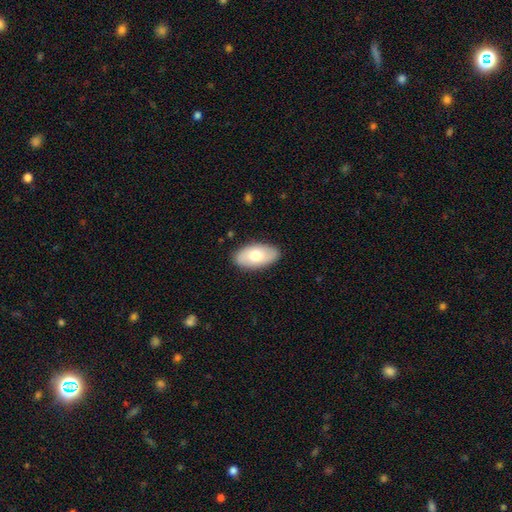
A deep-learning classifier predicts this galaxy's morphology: smooth_or_featured: smooth (p=0.69) [alt: featured or disk p=0.26]
how_rounded: in between (p=0.95) [alt: round p=0.03]
merging: none (p=0.87) [alt: minor disturbance p=0.10]